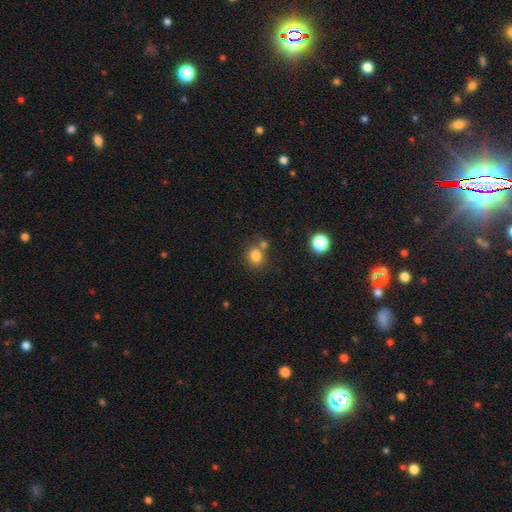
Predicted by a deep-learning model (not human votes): This appears to be a smooth galaxy with no disk features (81%) that is round (71%). Merging: none (63%).